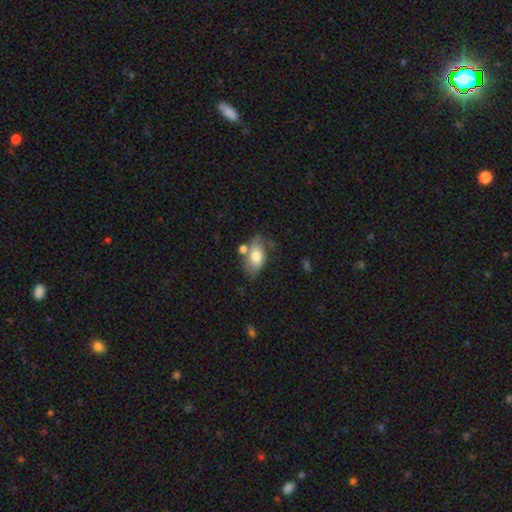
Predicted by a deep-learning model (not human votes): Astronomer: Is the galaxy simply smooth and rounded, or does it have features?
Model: smooth — 62%.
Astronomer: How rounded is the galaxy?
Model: in between — 90%.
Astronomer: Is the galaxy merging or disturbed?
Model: none — 42% (runner-up: minor disturbance, 26%).